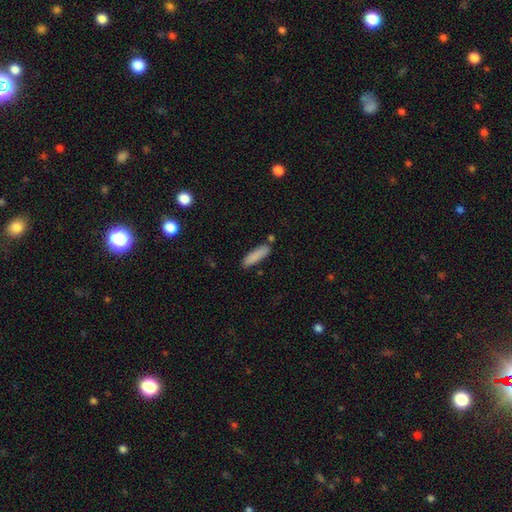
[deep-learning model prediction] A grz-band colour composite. It shows a smooth galaxy with no disk features (86%) that is cigar-shaped (68%). Merging: none (81%).